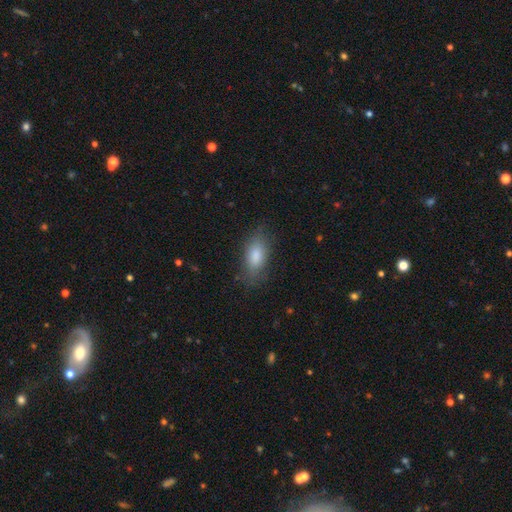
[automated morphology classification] smooth_or_featured: smooth (p=0.83) [alt: featured or disk p=0.10]
how_rounded: in between (p=0.85) [alt: cigar-shaped p=0.12]
merging: none (p=0.75) [alt: minor disturbance p=0.17]